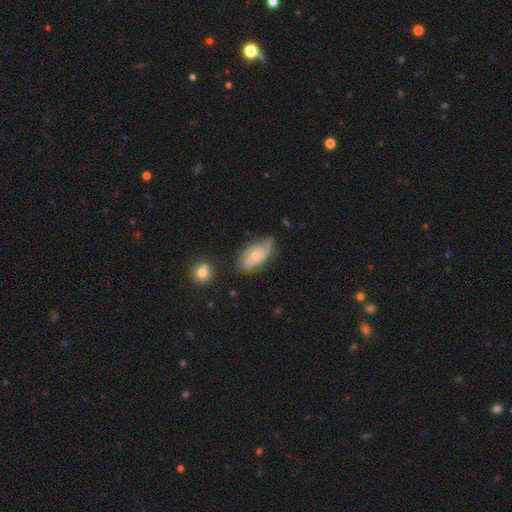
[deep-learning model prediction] Smooth or featured? Predicted: featured or disk (p=0.73). Edge-on disk? Predicted: no (p=0.95). Bar? Predicted: no (p=0.71). Spiral arms? Predicted: yes (p=0.93). Spiral winding? Predicted: tight (p=0.42). Spiral arm count? Predicted: 2 (p=0.44). Bulge size? Predicted: small (p=0.56). Merging? Predicted: none (p=0.59).